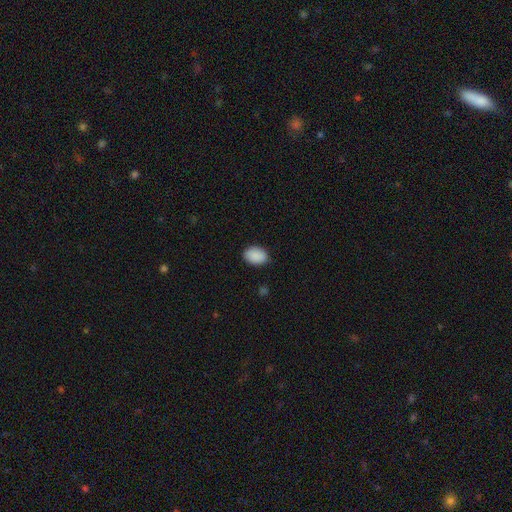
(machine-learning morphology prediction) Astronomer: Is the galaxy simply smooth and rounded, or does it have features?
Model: smooth — 90%.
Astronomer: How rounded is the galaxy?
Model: in between — 83%.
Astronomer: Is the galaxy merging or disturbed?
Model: none — 85%.